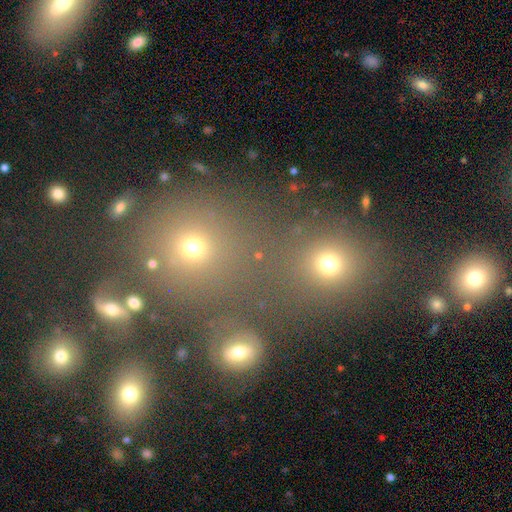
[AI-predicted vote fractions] smooth-or-featured: smooth: 56% | star or artifact: 34% | featured or disk: 10%
  how-rounded: round: 83% | in between: 15% | cigar-shaped: 2%
  merging: none: 63% | merger: 24% | minor disturbance: 9% | major disturbance: 5%